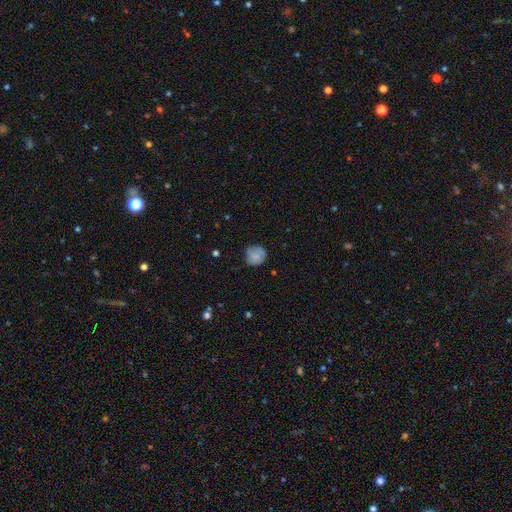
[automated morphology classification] This is likely a smooth galaxy (71%). How rounded: clearly round (87%). Merging: likely none (74%).